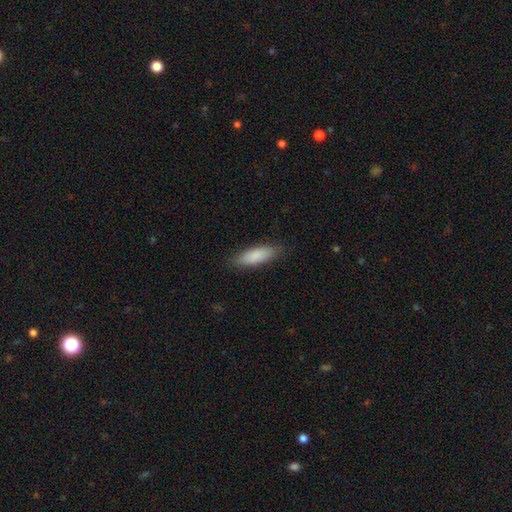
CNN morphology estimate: The model was most divided on "how rounded": in between: 59%, cigar-shaped: 40%, round: 2%. More confident: smooth or featured — smooth (87%); merging — none (85%).